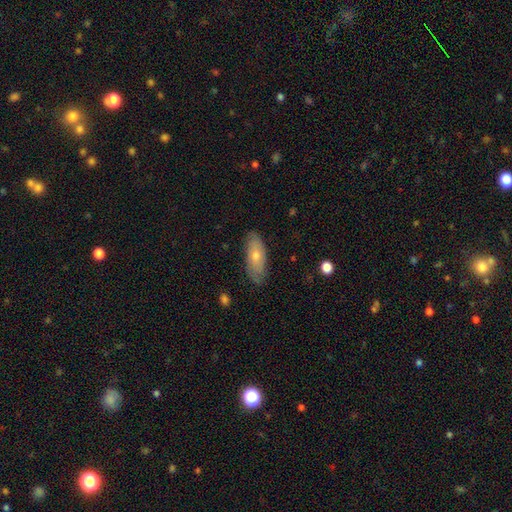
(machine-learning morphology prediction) Smooth or featured? Predicted: smooth (p=0.54). How rounded? Predicted: in between (p=0.72). Merging? Predicted: none (p=0.83).